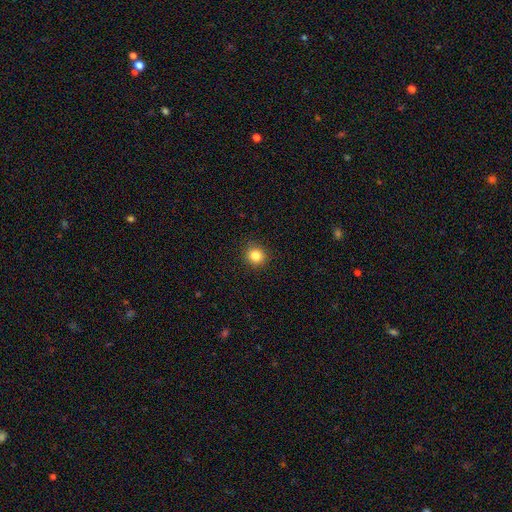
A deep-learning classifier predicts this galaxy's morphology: The model was most divided on "smooth or featured": smooth: 83%, star or artifact: 11%, featured or disk: 5%. More confident: merging — none (91%); how rounded — round (89%).